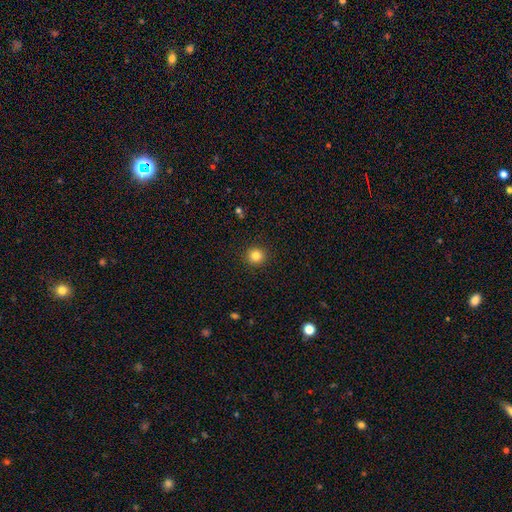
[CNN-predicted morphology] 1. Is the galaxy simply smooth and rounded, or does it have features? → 83% smooth, 12% star or artifact, 5% featured or disk.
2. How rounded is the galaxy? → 93% round, 6% in between, 1% cigar-shaped.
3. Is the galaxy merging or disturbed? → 92% none, 5% minor disturbance, 2% major disturbance, 1% merger.